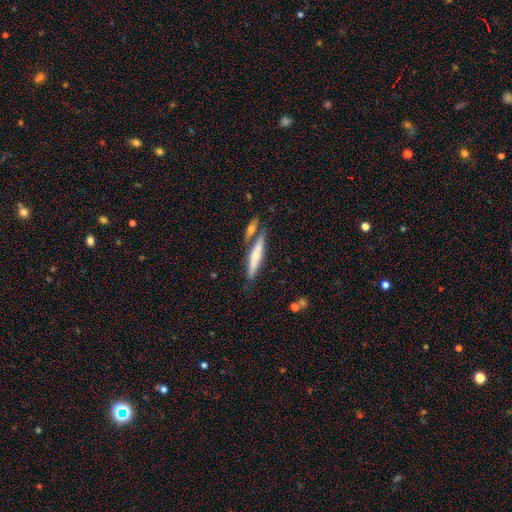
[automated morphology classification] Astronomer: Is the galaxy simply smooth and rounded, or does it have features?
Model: smooth — 49% (runner-up: featured or disk, 45%).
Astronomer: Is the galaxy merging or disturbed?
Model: none — 63%.